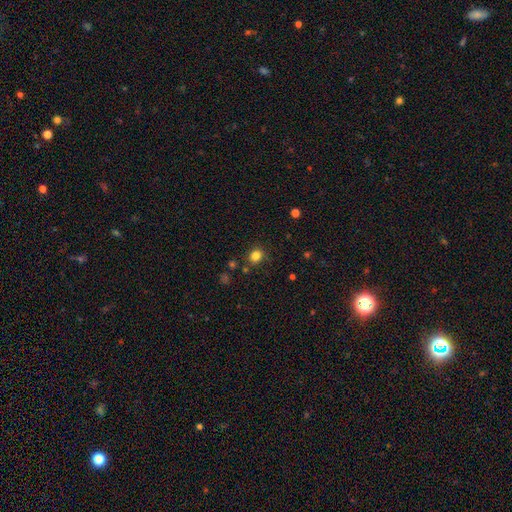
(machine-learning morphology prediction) smooth_or_featured: smooth (p=0.82) [alt: star or artifact p=0.13]
how_rounded: round (p=0.81) [alt: in between p=0.18]
merging: none (p=0.84) [alt: minor disturbance p=0.10]